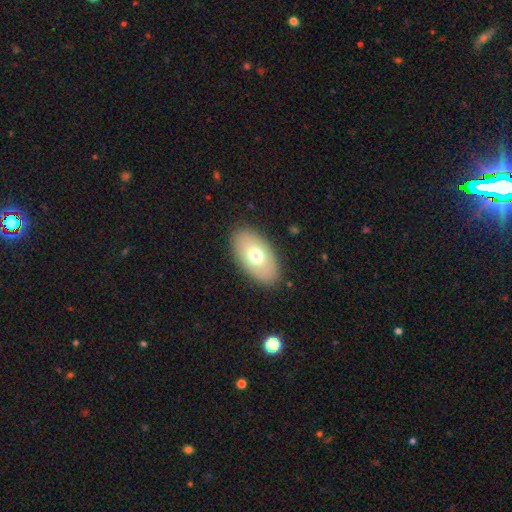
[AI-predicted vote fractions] This is likely a smooth galaxy (69%). How rounded: clearly in between (93%). Merging: clearly none (87%).